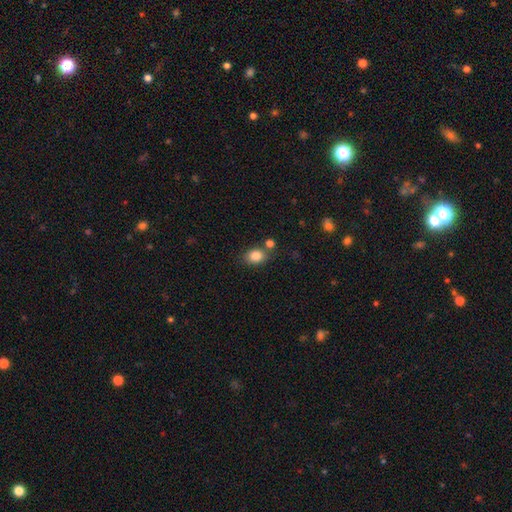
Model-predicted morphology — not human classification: Smooth or featured? smooth (84%)
How rounded? in between (62%)
Merging? none (71%)